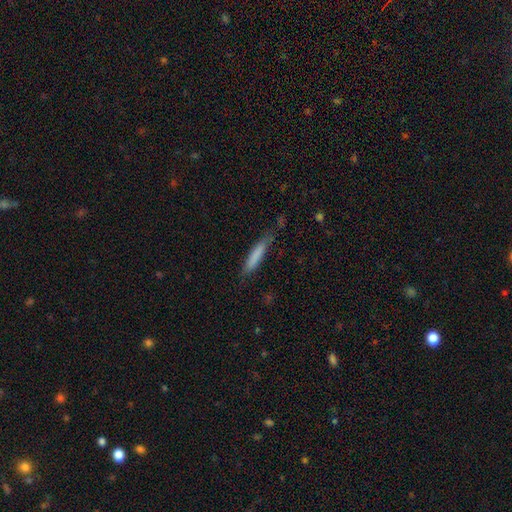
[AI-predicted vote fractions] smooth-or-featured: smooth: 77% | featured or disk: 17% | star or artifact: 6%
  how-rounded: cigar-shaped: 90% | in between: 9% | round: 1%
  merging: none: 73% | minor disturbance: 20% | major disturbance: 5% | merger: 2%